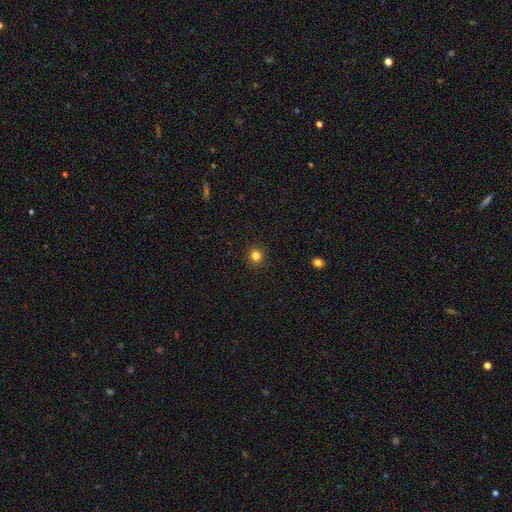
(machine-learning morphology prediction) smooth_or_featured: smooth (p=0.83) [alt: star or artifact p=0.12]
how_rounded: round (p=0.89) [alt: in between p=0.10]
merging: none (p=0.91) [alt: minor disturbance p=0.06]